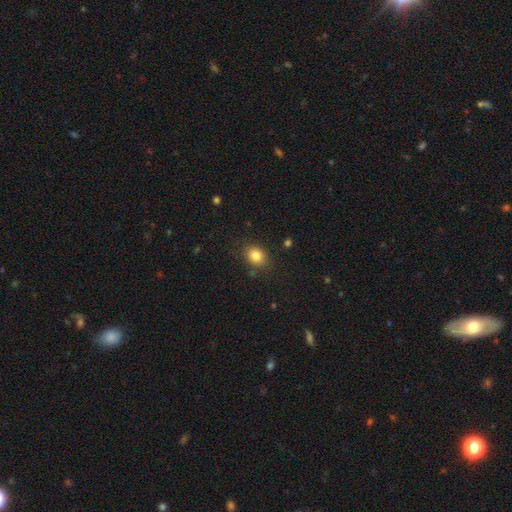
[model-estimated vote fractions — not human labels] Smooth or featured: smooth — 83% (star or artifact — 11%)
How rounded: in between — 50% (round — 49%)
Merging: none — 82% (minor disturbance — 12%)